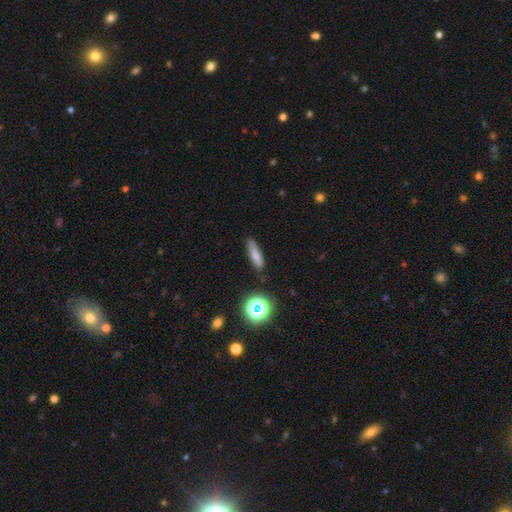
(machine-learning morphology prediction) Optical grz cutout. It shows a smooth galaxy with no disk features (73%) that is cigar-shaped (72%). Merging: none (83%).